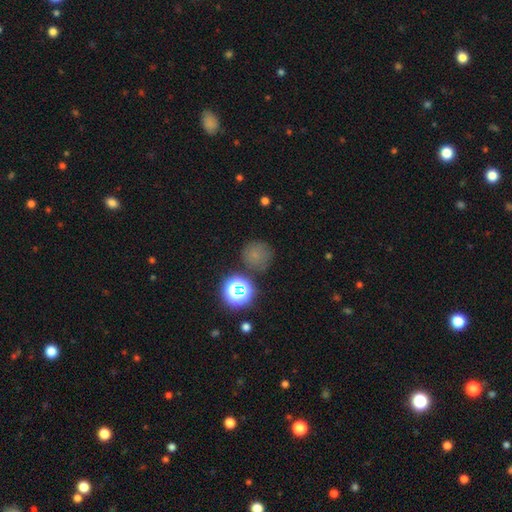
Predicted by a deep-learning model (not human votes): smooth 57%, star or artifact 33%, featured or disk 10%. Down the decision tree: how rounded — round (92%); merging — none (76%).